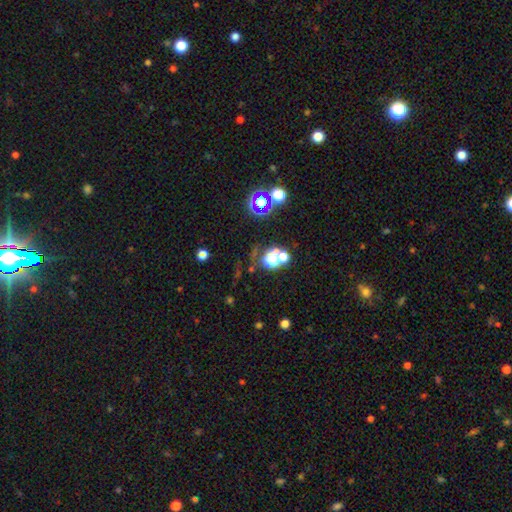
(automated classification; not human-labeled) Smooth or featured?
  - star or artifact: 67% *
  - smooth: 22%
  - featured or disk: 10%